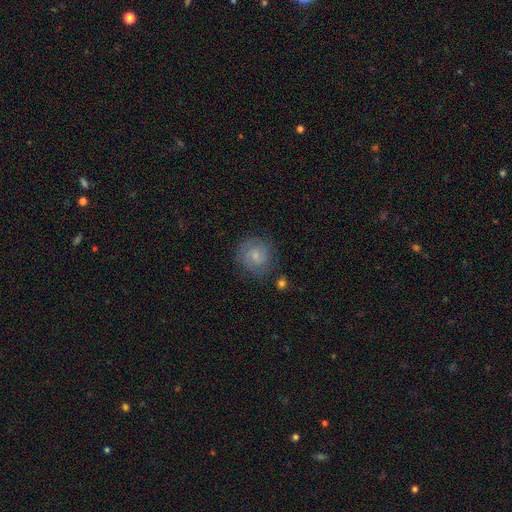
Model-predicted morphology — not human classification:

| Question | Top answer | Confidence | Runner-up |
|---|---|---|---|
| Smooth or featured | featured or disk | 57% | smooth (35%) |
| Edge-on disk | no | 98% | yes (2%) |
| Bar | weak | 48% | no (44%) |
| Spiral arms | yes | 89% | no (11%) |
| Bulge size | small | 61% | moderate (24%) |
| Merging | none | 79% | minor disturbance (14%) |